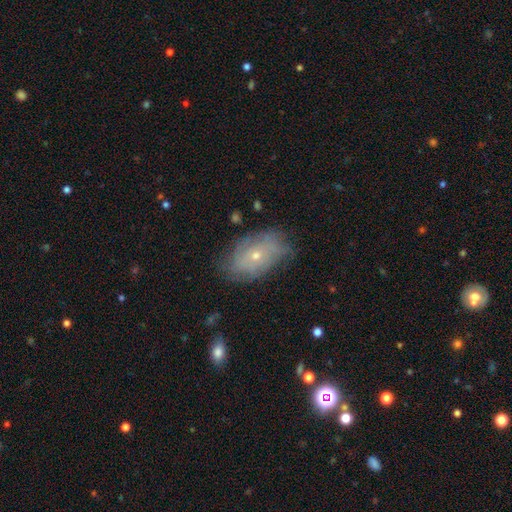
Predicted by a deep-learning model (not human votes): This appears to be a featured or disk galaxy (54%) with no bar (85%), spiral arms (62%) and a small central bulge (66%). Merging: none (66%).